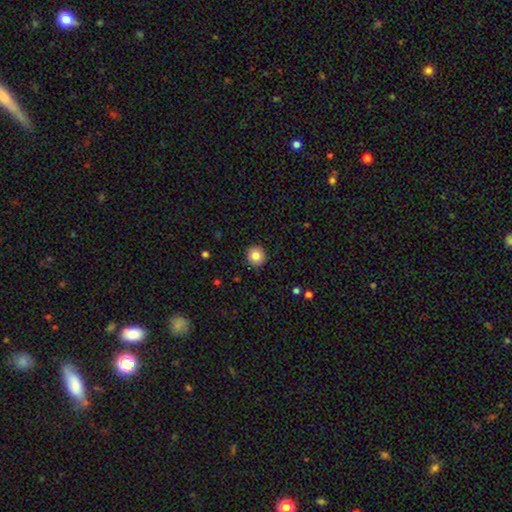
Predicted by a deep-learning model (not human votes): This is clearly a smooth galaxy (84%). How rounded: clearly round (93%). Merging: clearly none (91%).